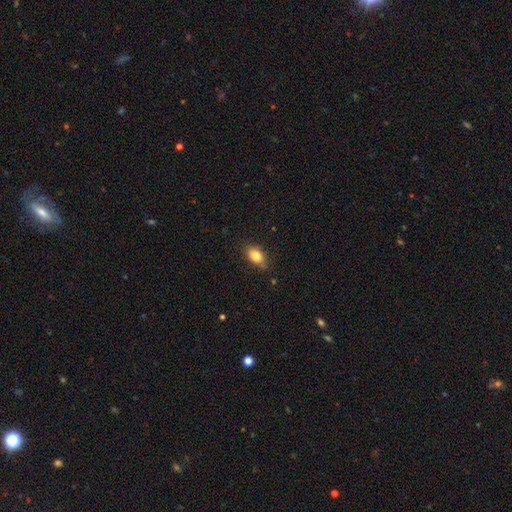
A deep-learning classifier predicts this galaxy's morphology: This is clearly a smooth galaxy (81%). How rounded: clearly in between (82%). Merging: likely none (77%).